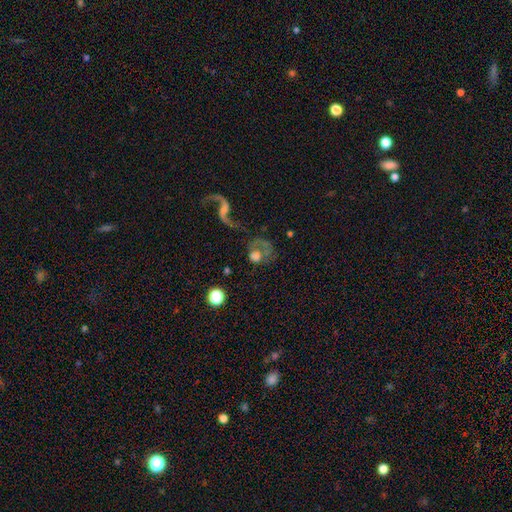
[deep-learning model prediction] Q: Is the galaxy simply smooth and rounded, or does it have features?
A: featured or disk — 52%.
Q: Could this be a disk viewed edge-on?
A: no — 96%.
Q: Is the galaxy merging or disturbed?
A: none — 33%, tied with major disturbance.